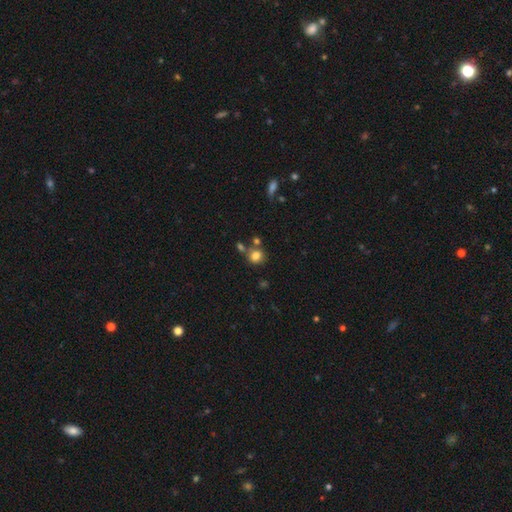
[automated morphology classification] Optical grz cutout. It shows a smooth galaxy with no disk features (80%) that is round (84%). Merging: none (65%).